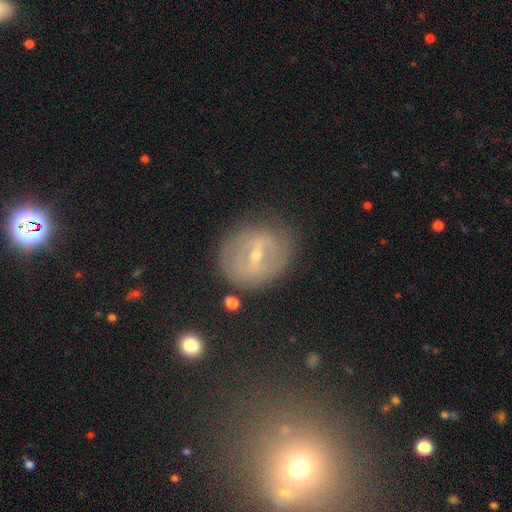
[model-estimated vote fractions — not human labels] The model was most divided on "bar": strong: 49%, weak: 40%, no: 11%. More confident: edge-on disk — no (92%); smooth or featured — featured or disk (74%); merging — none (73%); spiral arms — yes (58%); bulge size — small (57%).